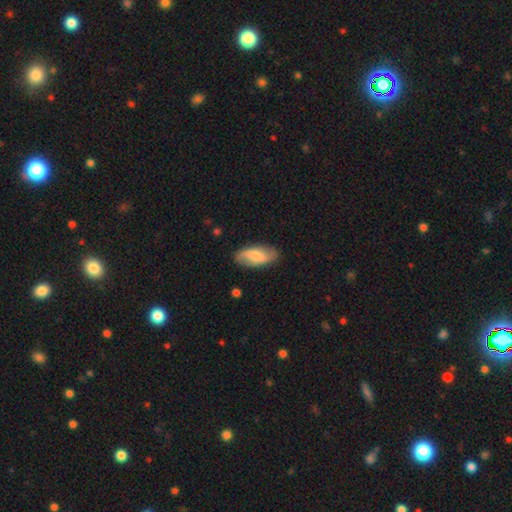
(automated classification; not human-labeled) A smooth galaxy with no disk features (57%) that is in between round and cigar-shaped (89%). Merging: none (83%).